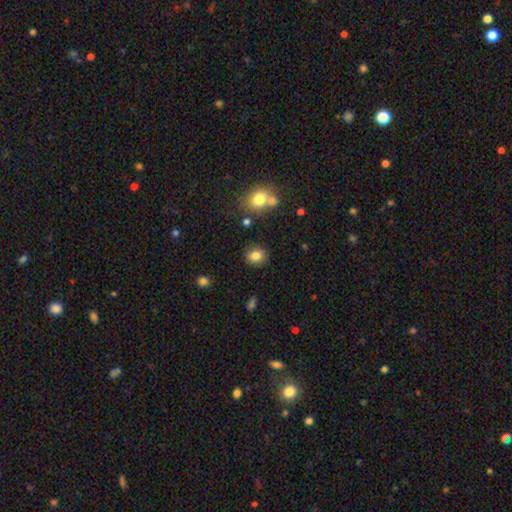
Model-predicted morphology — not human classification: Q: Smooth or featured?
A: smooth (82%); runner-up: star or artifact (10%)
Q: How rounded?
A: round (72%); runner-up: in between (27%)
Q: Merging?
A: none (86%); runner-up: minor disturbance (9%)